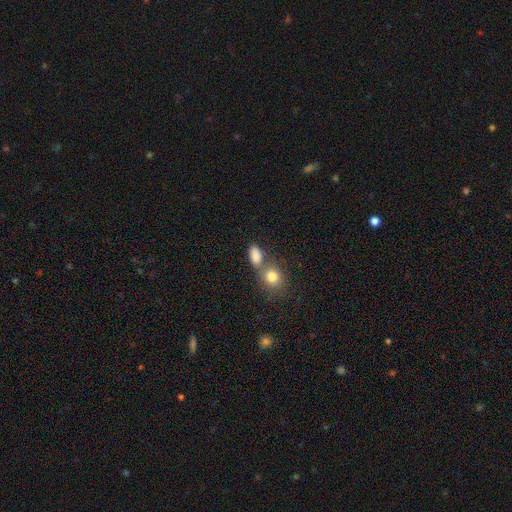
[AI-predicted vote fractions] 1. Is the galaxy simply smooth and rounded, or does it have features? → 83% smooth, 10% star or artifact, 7% featured or disk.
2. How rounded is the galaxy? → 77% in between, 20% round, 3% cigar-shaped.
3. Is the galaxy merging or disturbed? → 43% none, 41% merger, 11% minor disturbance, 5% major disturbance.